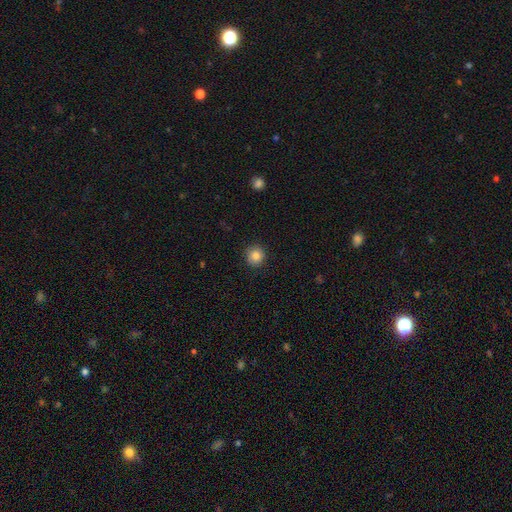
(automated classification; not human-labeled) Smooth or featured: smooth — 84% (star or artifact — 10%)
How rounded: round — 92% (in between — 7%)
Merging: none — 89% (minor disturbance — 8%)